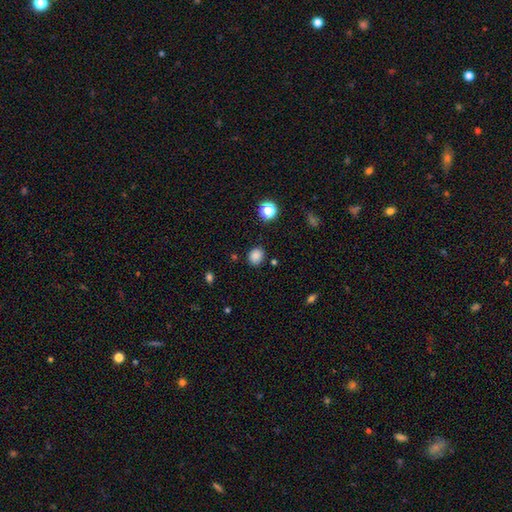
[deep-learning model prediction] Smooth or featured? Predicted: smooth (p=0.84). How rounded? Predicted: round (p=0.62). Merging? Predicted: none (p=0.83).